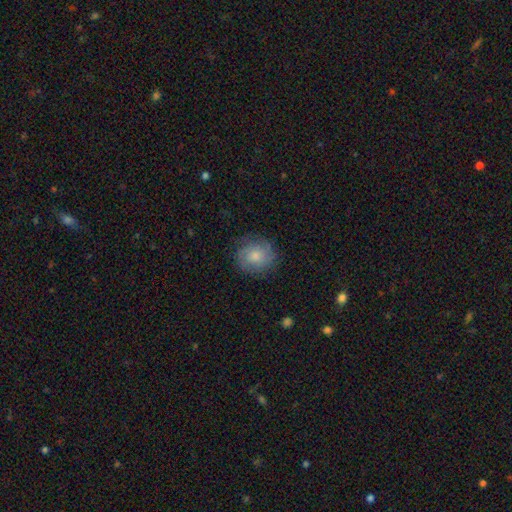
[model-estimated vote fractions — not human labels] This is likely a smooth galaxy (63%). How rounded: clearly round (82%). Merging: likely none (78%).